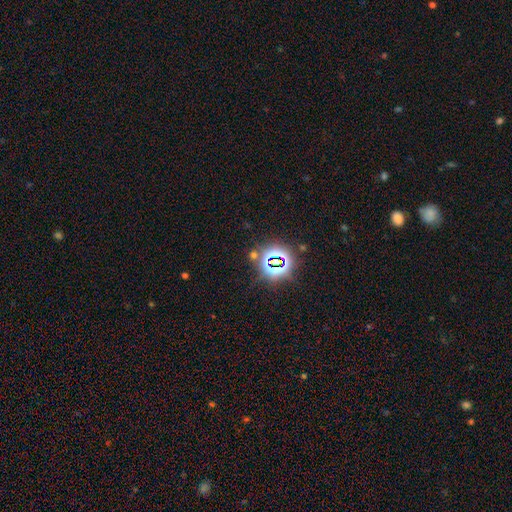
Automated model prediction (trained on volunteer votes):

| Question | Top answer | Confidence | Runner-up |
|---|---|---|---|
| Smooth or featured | star or artifact | 77% | smooth (14%) |